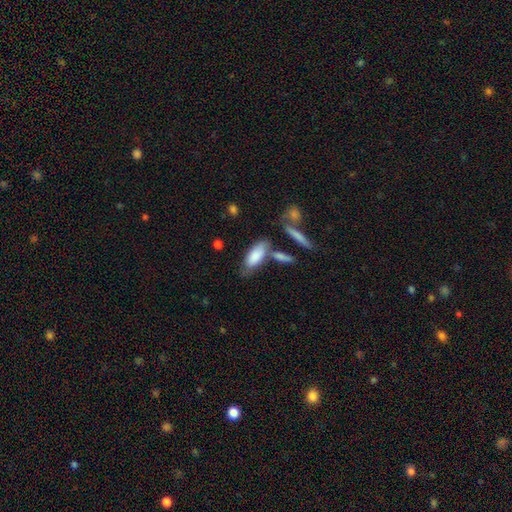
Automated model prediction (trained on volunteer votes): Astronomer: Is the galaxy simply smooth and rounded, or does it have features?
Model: smooth — 82%.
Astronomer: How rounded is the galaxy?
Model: in between — 79%.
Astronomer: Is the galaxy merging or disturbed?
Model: none — 52%.